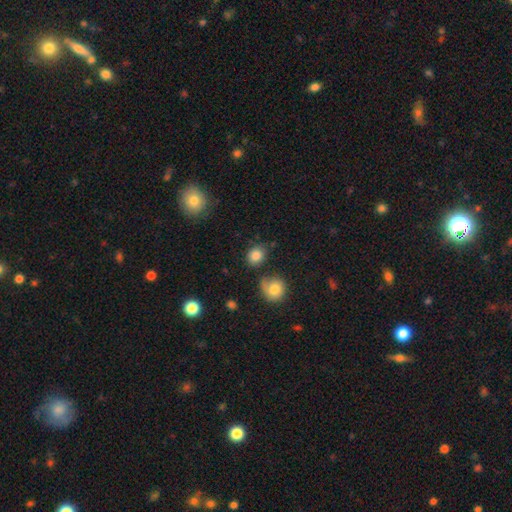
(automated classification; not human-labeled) This is clearly a smooth galaxy (84%). How rounded: likely round (67%). Merging: likely none (71%).